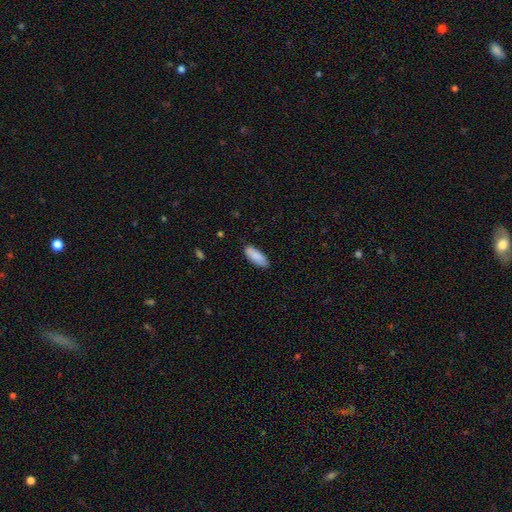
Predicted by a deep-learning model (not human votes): Morphology: type=smooth (89%); roundness=in between (72%); merging=none (85%).